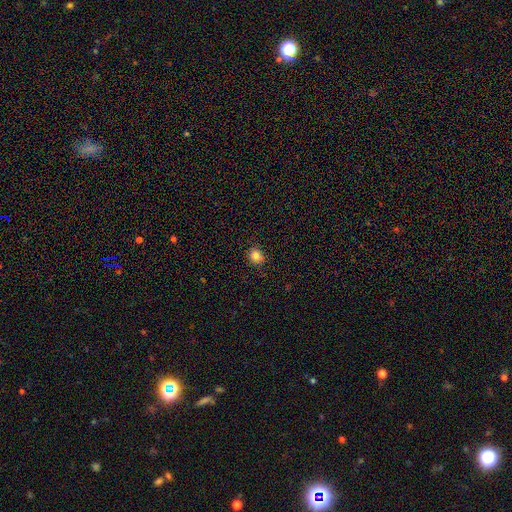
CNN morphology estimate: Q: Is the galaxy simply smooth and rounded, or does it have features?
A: smooth — 84%.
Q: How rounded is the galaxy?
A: round — 76%.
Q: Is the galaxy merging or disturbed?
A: none — 88%.